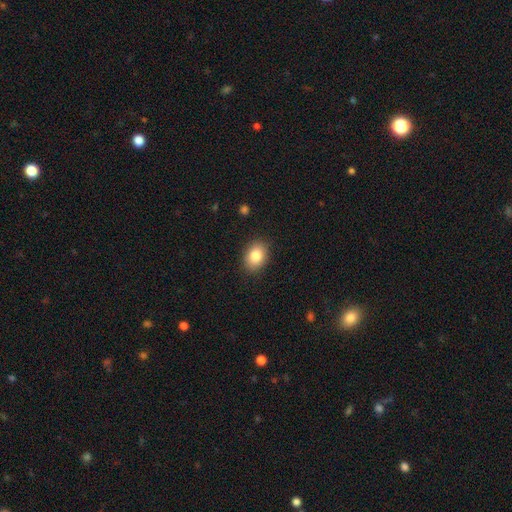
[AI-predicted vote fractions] Smooth or featured? Predicted: smooth (p=0.84). How rounded? Predicted: in between (p=0.68). Merging? Predicted: none (p=0.88).